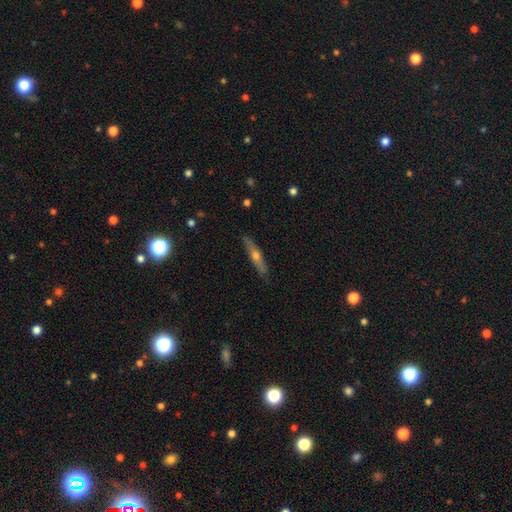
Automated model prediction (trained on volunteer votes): smooth_or_featured: featured or disk (p=0.61) [alt: smooth p=0.31]
disk_edge_on: yes (p=0.91) [alt: no p=0.09]
edge_on_bulge: rounded (p=0.88) [alt: none p=0.09]
merging: none (p=0.88) [alt: minor disturbance p=0.09]